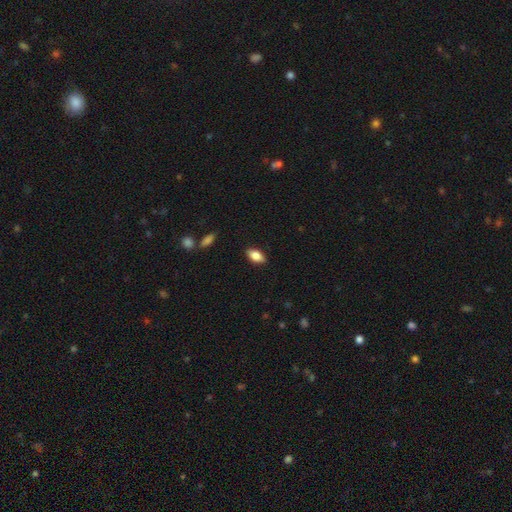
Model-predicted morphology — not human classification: Smooth or featured? smooth (78%)
How rounded? in between (89%)
Merging? none (87%)